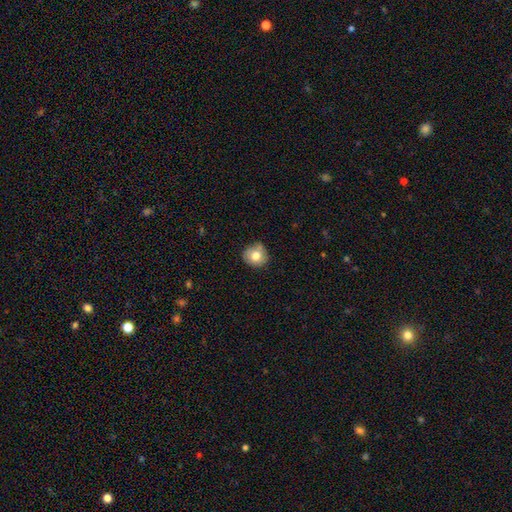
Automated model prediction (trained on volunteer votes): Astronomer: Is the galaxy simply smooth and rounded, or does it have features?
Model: smooth — 77%.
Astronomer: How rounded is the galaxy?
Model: round — 85%.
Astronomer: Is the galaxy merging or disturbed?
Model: none — 74%.